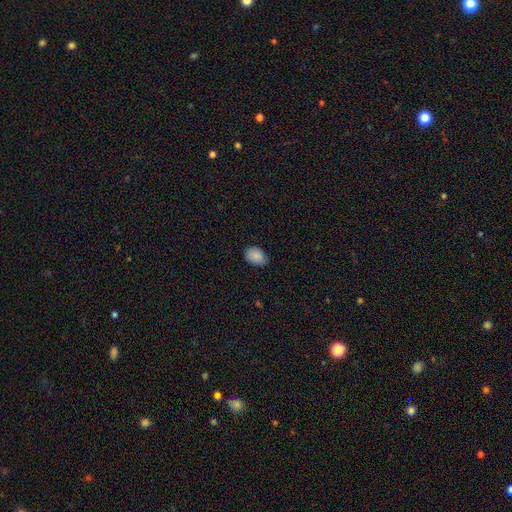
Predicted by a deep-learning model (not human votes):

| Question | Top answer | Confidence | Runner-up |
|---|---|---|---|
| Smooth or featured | smooth | 87% | star or artifact (7%) |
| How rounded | in between | 79% | round (20%) |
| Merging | none | 75% | minor disturbance (21%) |